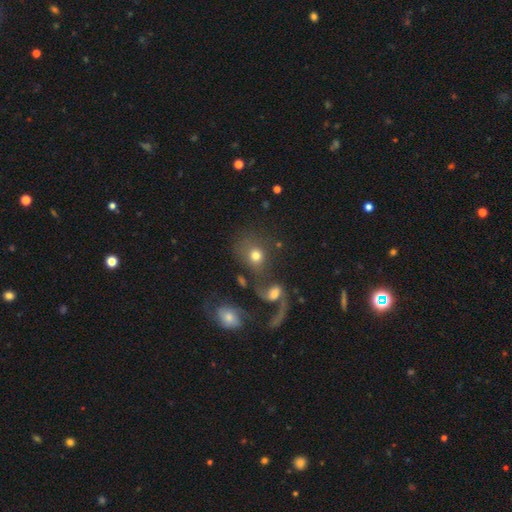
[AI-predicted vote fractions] This appears to be a smooth galaxy with no disk features (62%) that is round (62%). Merging: merger (39%).